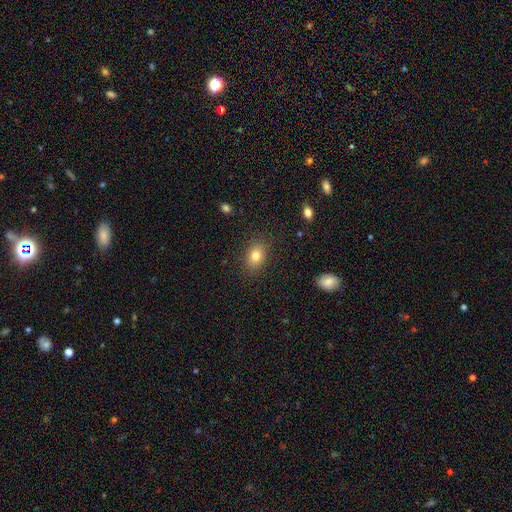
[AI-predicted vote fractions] Smooth or featured? Predicted: smooth (p=0.81). How rounded? Predicted: in between (p=0.68). Merging? Predicted: none (p=0.86).